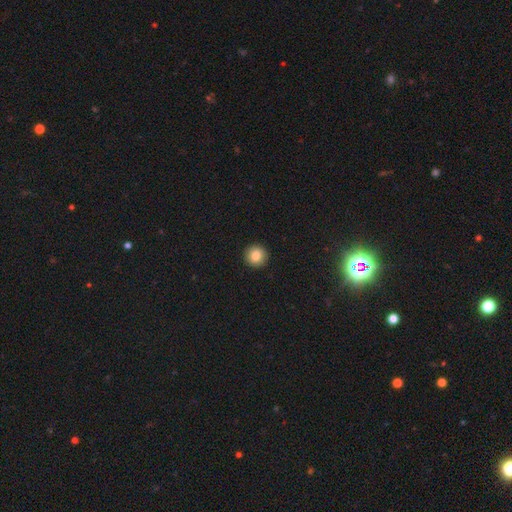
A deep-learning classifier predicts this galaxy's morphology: smooth_or_featured: smooth (p=0.85) [alt: star or artifact p=0.09]
how_rounded: round (p=0.95) [alt: in between p=0.04]
merging: none (p=0.93) [alt: minor disturbance p=0.04]